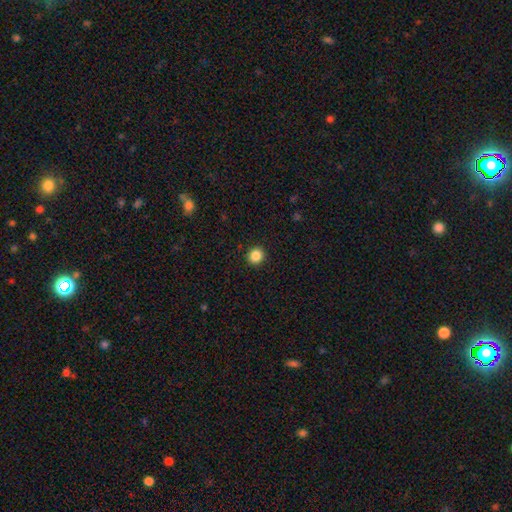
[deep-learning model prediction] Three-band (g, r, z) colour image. It shows a smooth galaxy with no disk features (86%) that is round (90%). Merging: none (93%).